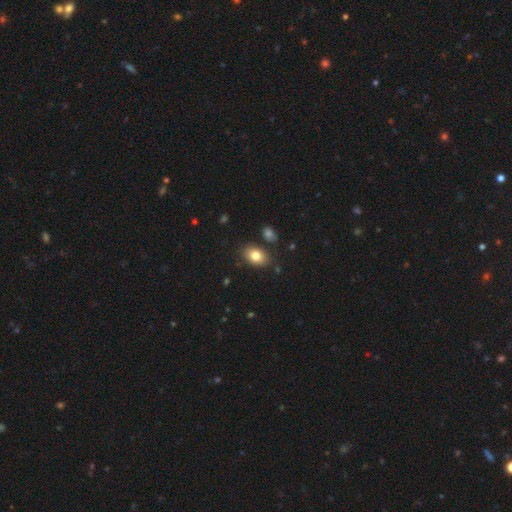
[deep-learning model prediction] Smooth or featured?
  - smooth: 81% *
  - featured or disk: 10%
  - star or artifact: 9%
How rounded?
  - in between: 82% *
  - round: 17%
  - cigar-shaped: 1%
Merging?
  - none: 82% *
  - minor disturbance: 11%
  - merger: 4%
  - major disturbance: 3%